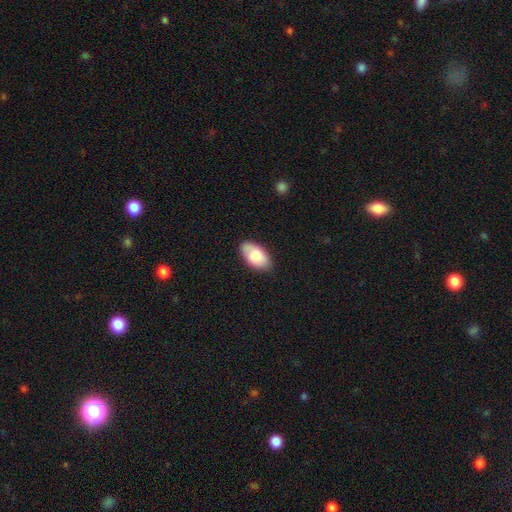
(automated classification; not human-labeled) Smooth or featured?
  - smooth: 82% *
  - featured or disk: 12%
  - star or artifact: 6%
How rounded?
  - in between: 95% *
  - round: 3%
  - cigar-shaped: 2%
Merging?
  - none: 82% *
  - minor disturbance: 15%
  - major disturbance: 3%
  - merger: 1%